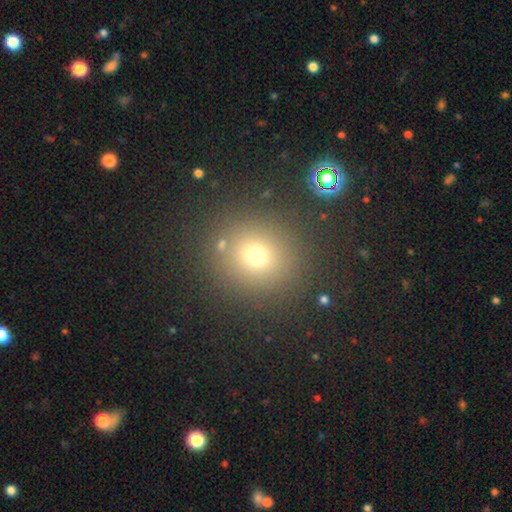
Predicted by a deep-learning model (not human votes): Morphology: type=smooth (70%); roundness=round (87%); merging=none (85%).